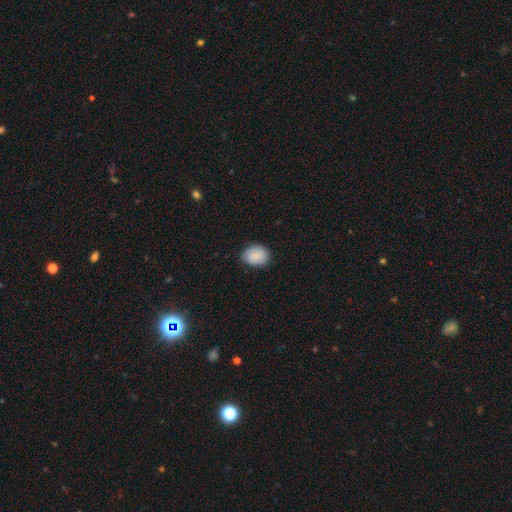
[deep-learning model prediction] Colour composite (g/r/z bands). It shows a smooth galaxy with no disk features (79%) that is in between round and cigar-shaped (56%). Merging: none (77%).